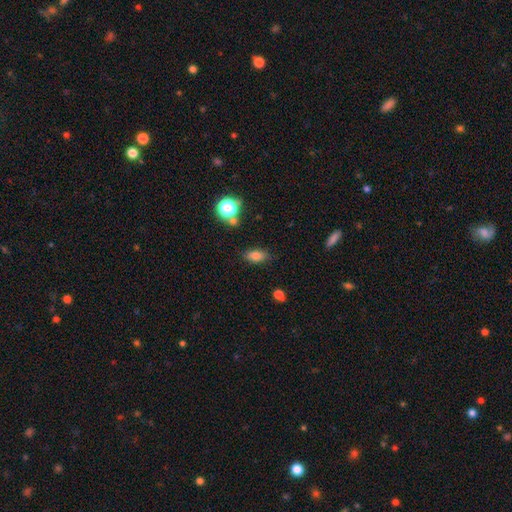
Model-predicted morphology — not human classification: smooth_or_featured: smooth (p=0.78) [alt: star or artifact p=0.13]
how_rounded: in between (p=0.83) [alt: round p=0.11]
merging: none (p=0.81) [alt: minor disturbance p=0.13]